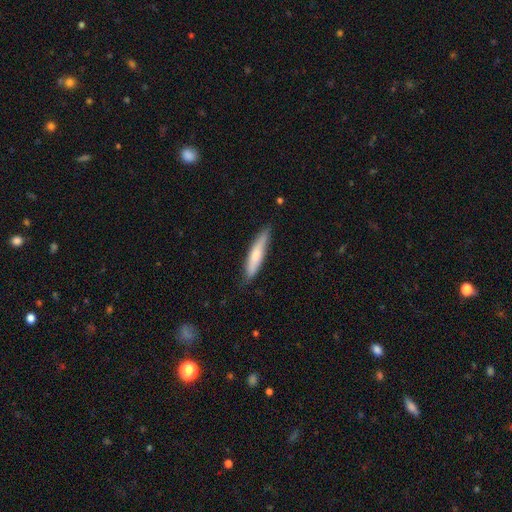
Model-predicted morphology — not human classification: The model was most divided on "smooth or featured": smooth: 68%, featured or disk: 27%, star or artifact: 5%. More confident: how rounded — cigar-shaped (86%); merging — none (79%).